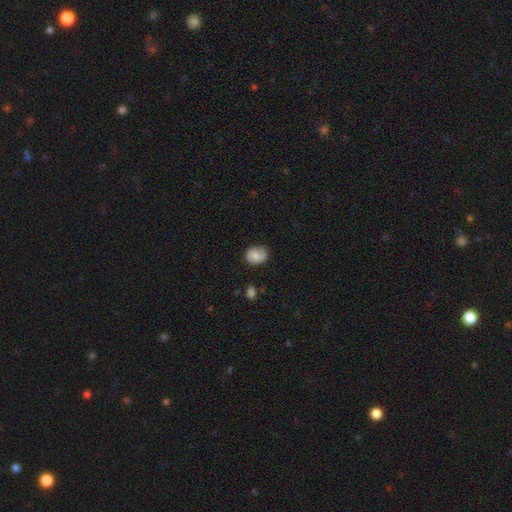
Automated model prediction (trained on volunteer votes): Morphology: type=smooth (76%); roundness=round (54%); merging=none (74%).